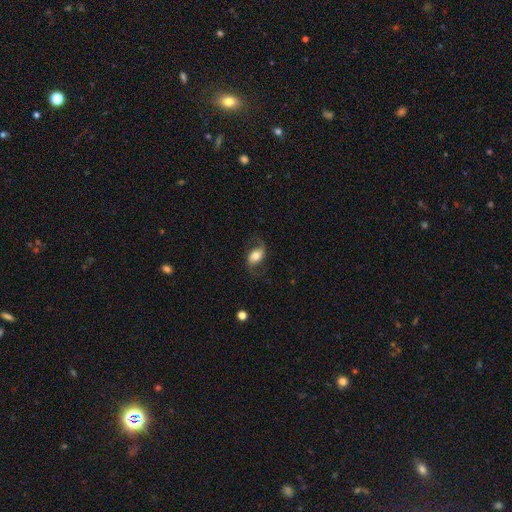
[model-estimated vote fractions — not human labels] smooth_or_featured: featured or disk (p=0.58) [alt: smooth p=0.34]
disk_edge_on: no (p=0.94) [alt: yes p=0.06]
bar: no (p=0.46) [alt: weak p=0.31]
has_spiral_arms: yes (p=0.89) [alt: no p=0.11]
bulge_size: moderate (p=0.56) [alt: large p=0.23]
merging: none (p=0.69) [alt: minor disturbance p=0.17]